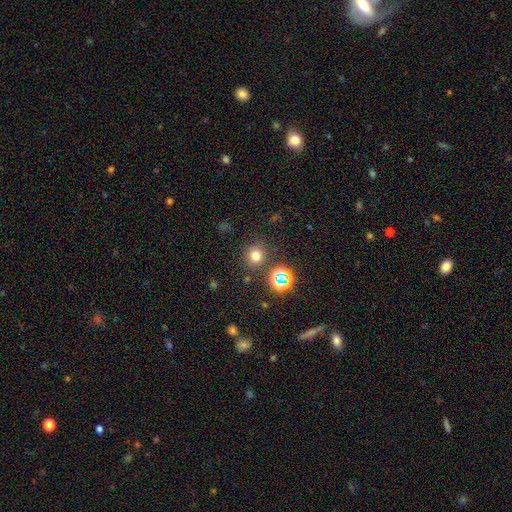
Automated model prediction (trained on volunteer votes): Smooth or featured: smooth — 71% (star or artifact — 23%)
How rounded: round — 86% (in between — 13%)
Merging: none — 84% (minor disturbance — 8%)